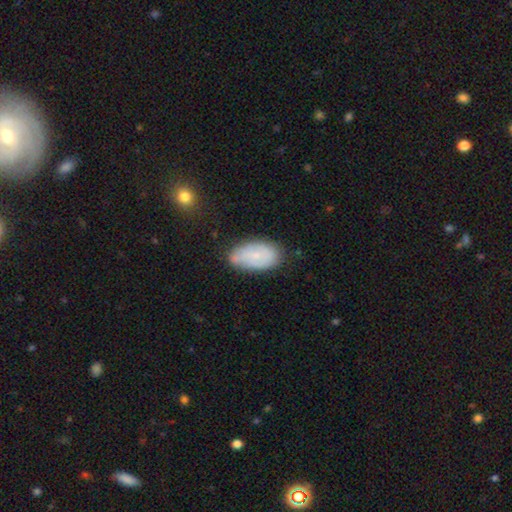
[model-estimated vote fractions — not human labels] This appears to be a smooth galaxy with no disk features (57%) that is in between round and cigar-shaped (93%). Merging: none (64%).